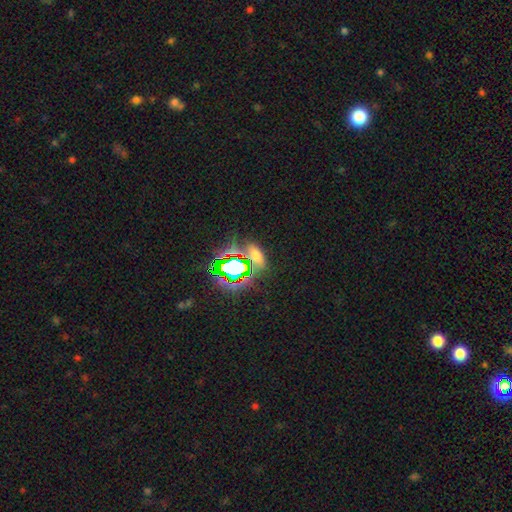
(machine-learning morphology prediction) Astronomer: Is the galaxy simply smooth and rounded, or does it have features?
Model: star or artifact — 45% (runner-up: smooth, 43%).